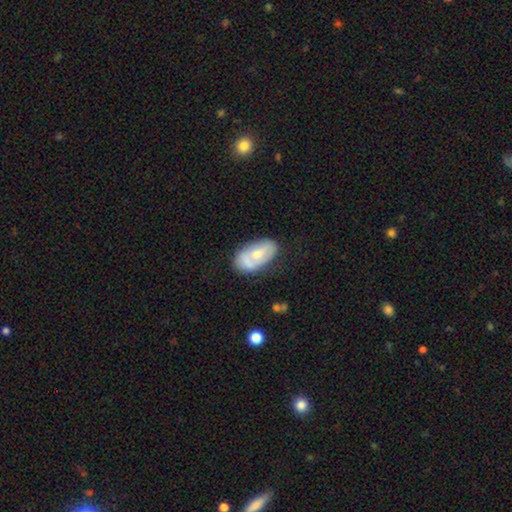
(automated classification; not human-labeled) This is possibly a smooth galaxy (48%). Merging: likely none (63%).